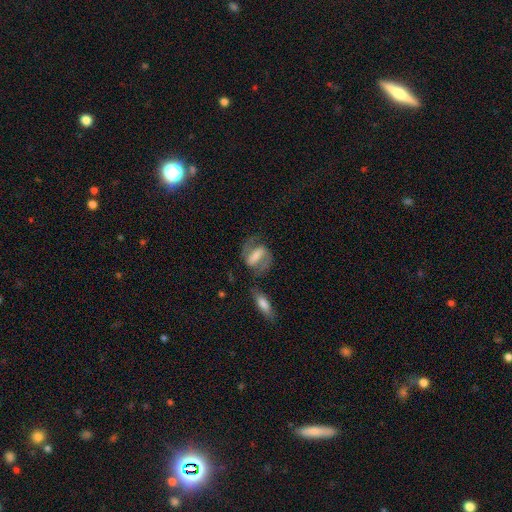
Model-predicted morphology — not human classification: Smooth or featured? Predicted: featured or disk (p=0.64). Edge-on disk? Predicted: no (p=0.91). Bar? Predicted: strong (p=0.65). Spiral arms? Predicted: yes (p=0.79). Bulge size? Predicted: moderate (p=0.28). Merging? Predicted: none (p=0.58).